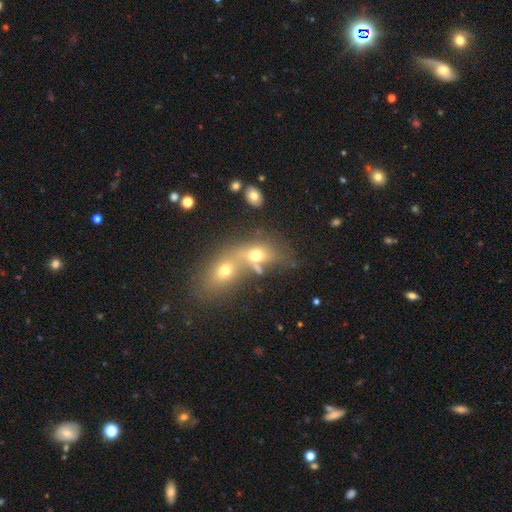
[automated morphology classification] smooth-or-featured: smooth: 63% | featured or disk: 21% | star or artifact: 16%
  how-rounded: in between: 63% | round: 33% | cigar-shaped: 4%
  merging: merger: 60% | none: 24% | minor disturbance: 8% | major disturbance: 7%